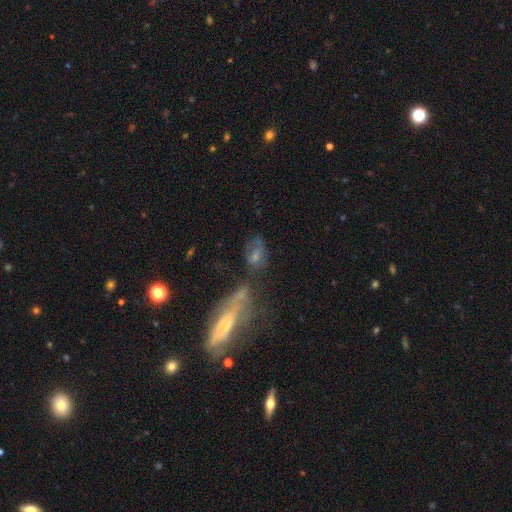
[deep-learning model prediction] Smooth or featured? Predicted: smooth (p=0.48). Merging? Predicted: none (p=0.40).